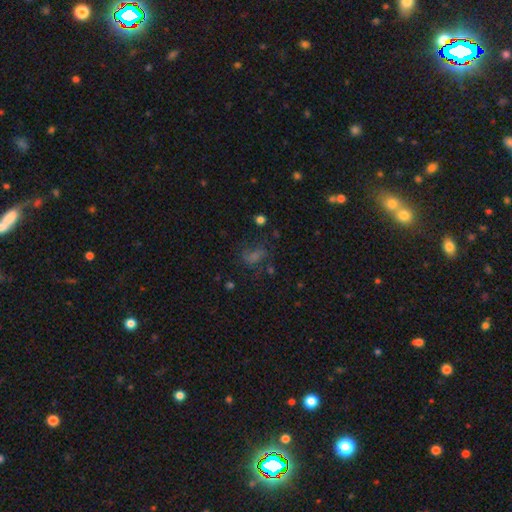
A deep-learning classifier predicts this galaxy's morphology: Smooth or featured? Predicted: smooth (p=0.41). Merging? Predicted: none (p=0.57).